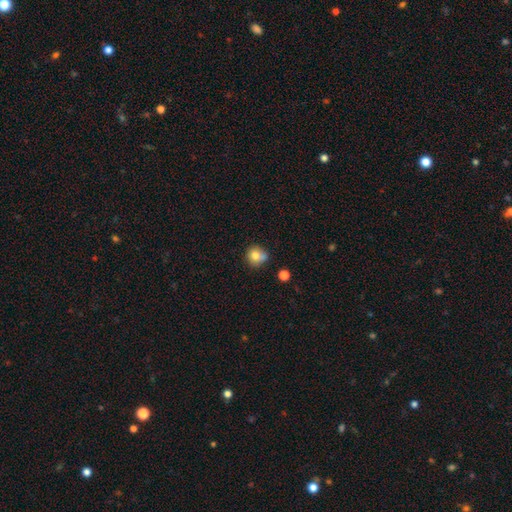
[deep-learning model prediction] smooth_or_featured: smooth (p=0.78) [alt: featured or disk p=0.12]
how_rounded: round (p=0.84) [alt: in between p=0.15]
merging: none (p=0.56) [alt: minor disturbance p=0.21]